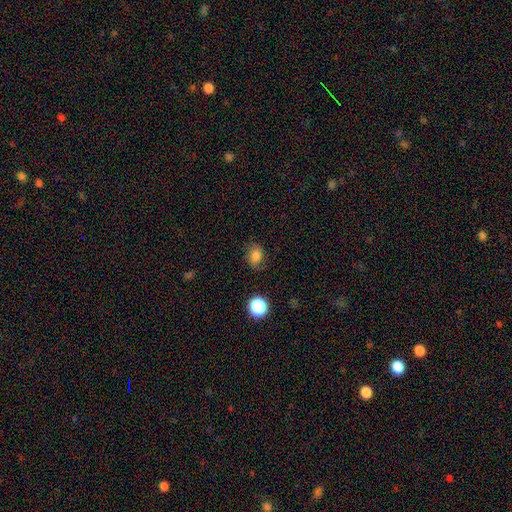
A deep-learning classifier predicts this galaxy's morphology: Smooth or featured: smooth — 80% (star or artifact — 13%)
How rounded: in between — 61% (round — 38%)
Merging: none — 75% (minor disturbance — 18%)